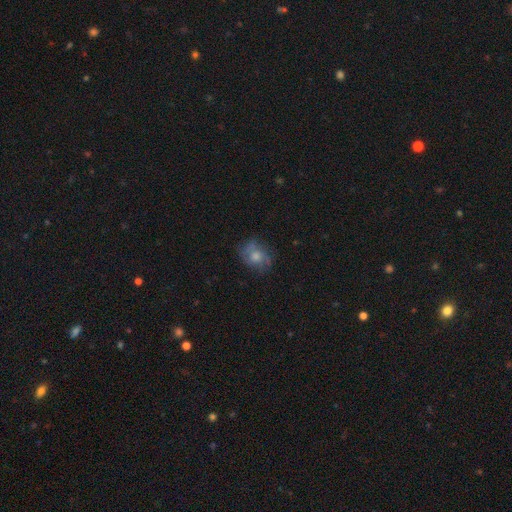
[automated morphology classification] The model was most divided on "how rounded": in between: 50%, round: 48%, cigar-shaped: 1%. More confident: merging — none (61%); smooth or featured — smooth (51%).